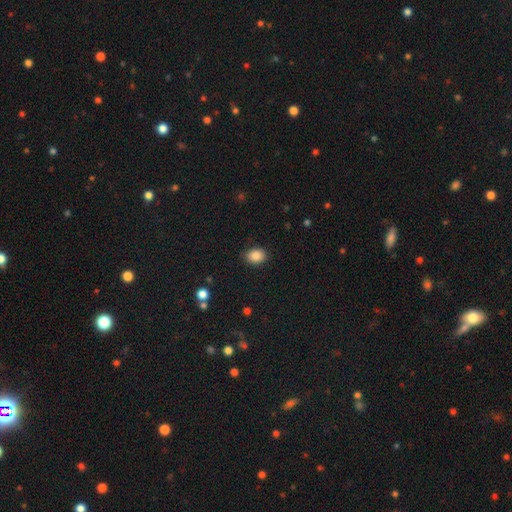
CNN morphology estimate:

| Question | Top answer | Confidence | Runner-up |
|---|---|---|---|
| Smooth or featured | smooth | 87% | star or artifact (9%) |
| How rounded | in between | 61% | round (38%) |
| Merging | none | 88% | minor disturbance (9%) |